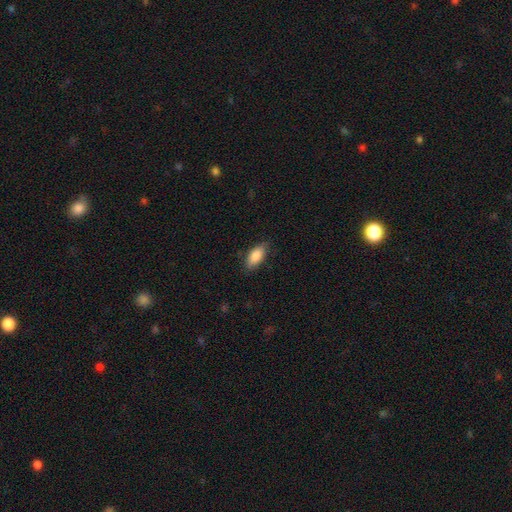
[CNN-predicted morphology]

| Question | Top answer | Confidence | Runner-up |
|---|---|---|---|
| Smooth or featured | smooth | 87% | featured or disk (7%) |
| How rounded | in between | 88% | cigar-shaped (10%) |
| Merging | none | 81% | minor disturbance (15%) |